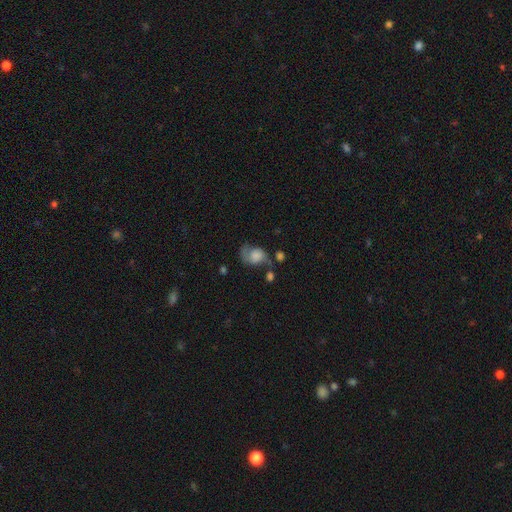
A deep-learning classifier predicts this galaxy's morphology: smooth 47%, featured or disk 42%, star or artifact 10%. Down the decision tree: merging — none (39%).